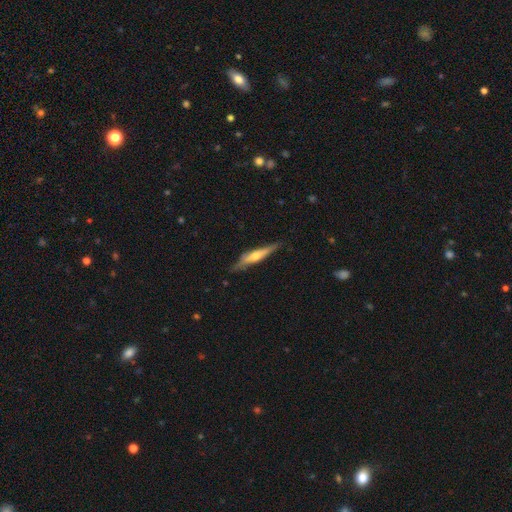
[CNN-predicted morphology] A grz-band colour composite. It shows a featured or disk galaxy (60%) viewed edge-on (91%) with a rounded central bulge (78%). Merging: none (72%).